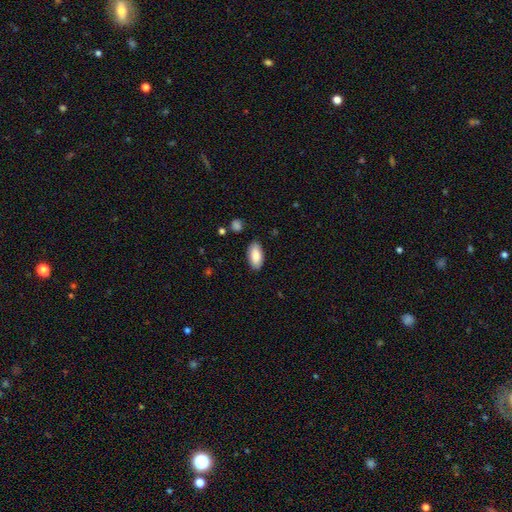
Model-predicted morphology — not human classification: smooth 86%, featured or disk 8%, star or artifact 6%. Down the decision tree: how rounded — in between (93%); merging — none (86%).